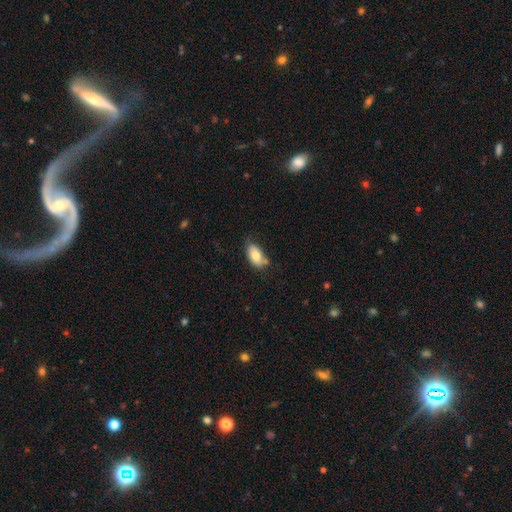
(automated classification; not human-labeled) smooth_or_featured: smooth (p=0.78) [alt: featured or disk p=0.15]
how_rounded: in between (p=0.92) [alt: round p=0.05]
merging: none (p=0.58) [alt: minor disturbance p=0.26]